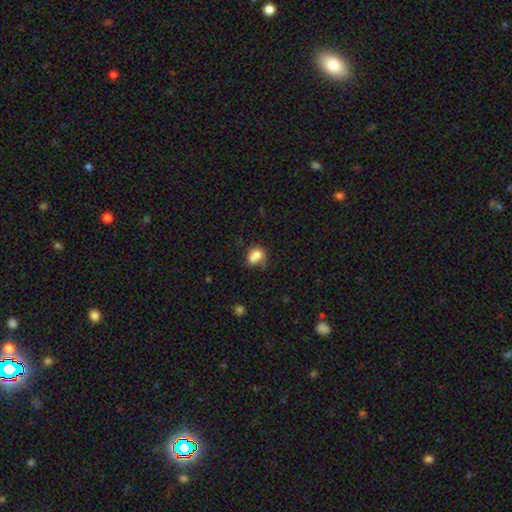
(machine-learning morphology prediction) This is likely a smooth galaxy (78%). How rounded: possibly in between (54%). Merging: marginally none (36%).